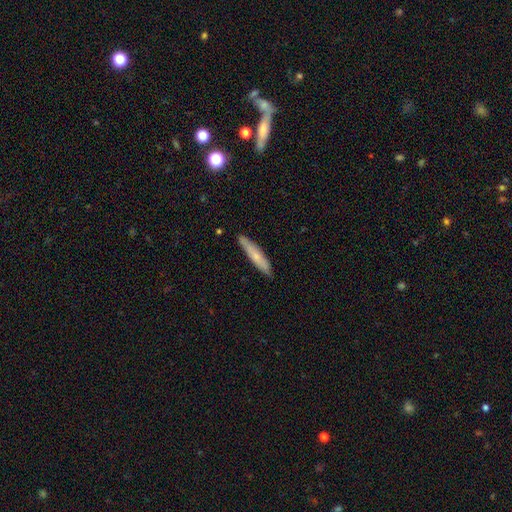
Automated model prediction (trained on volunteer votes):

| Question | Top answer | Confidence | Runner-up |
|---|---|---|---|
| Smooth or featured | smooth | 63% | featured or disk (31%) |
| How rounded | cigar-shaped | 89% | in between (9%) |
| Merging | none | 84% | minor disturbance (12%) |